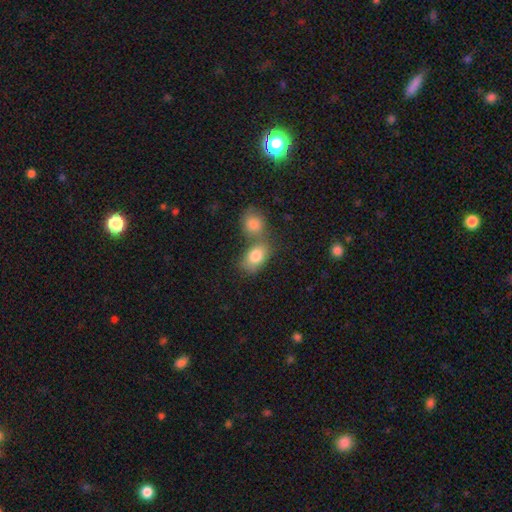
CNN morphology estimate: This appears to be a smooth galaxy with no disk features (82%) that is in between round and cigar-shaped (78%). Merging: merger (48%).